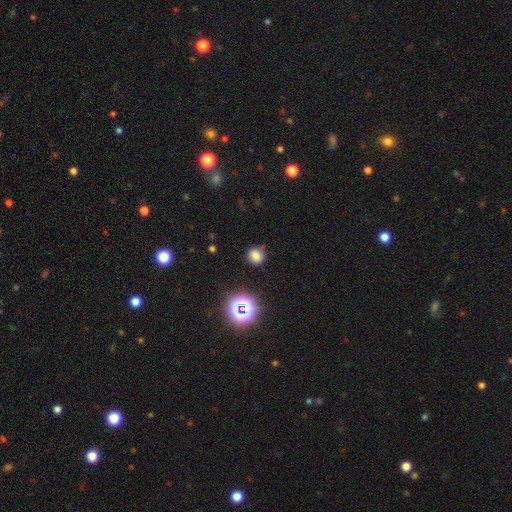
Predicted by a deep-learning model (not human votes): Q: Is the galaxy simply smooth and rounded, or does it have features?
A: smooth — 74%.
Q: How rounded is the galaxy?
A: round — 78%.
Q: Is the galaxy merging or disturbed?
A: none — 82%.